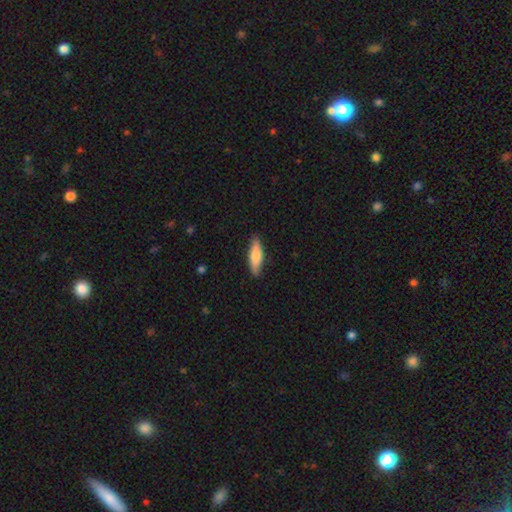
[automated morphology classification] type=smooth (74%); roundness=cigar-shaped (61%); merging=none (86%).